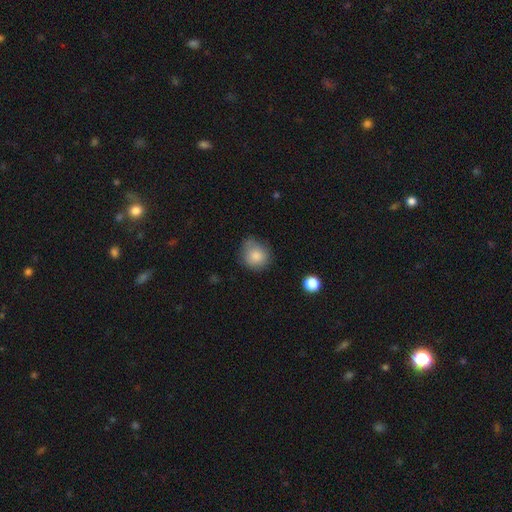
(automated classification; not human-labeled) Smooth or featured? Predicted: smooth (p=0.84). How rounded? Predicted: round (p=0.80). Merging? Predicted: none (p=0.63).